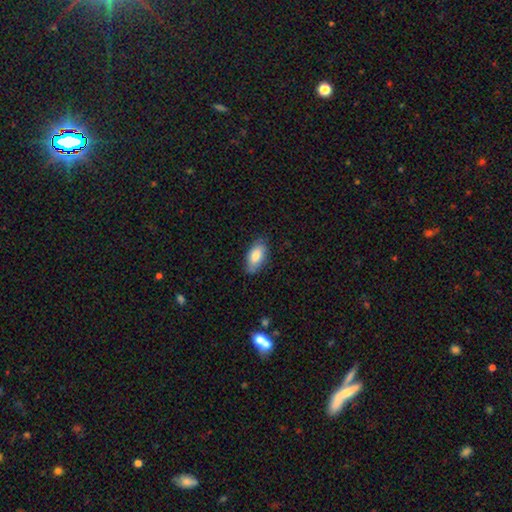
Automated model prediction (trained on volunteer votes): Smooth or featured? smooth (81%)
How rounded? in between (90%)
Merging? none (77%)